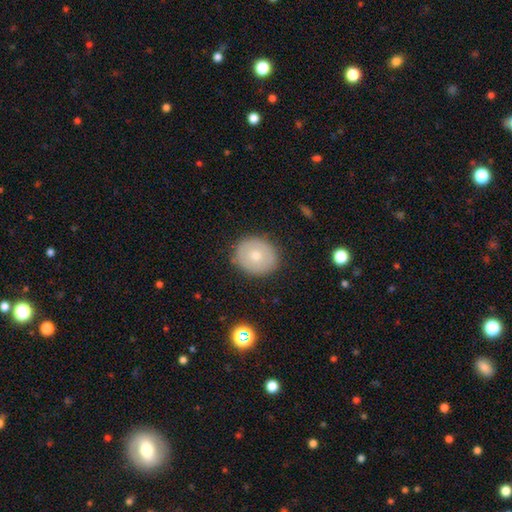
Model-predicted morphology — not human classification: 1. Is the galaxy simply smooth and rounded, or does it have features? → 66% smooth, 26% featured or disk, 8% star or artifact.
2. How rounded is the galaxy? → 74% round, 25% in between, 1% cigar-shaped.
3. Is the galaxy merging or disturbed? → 87% none, 10% minor disturbance, 3% major disturbance, 1% merger.